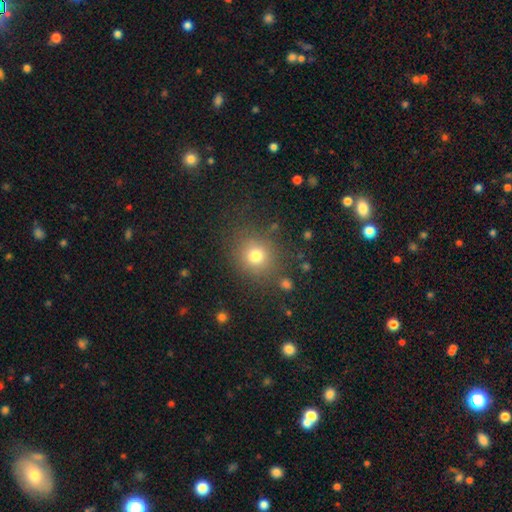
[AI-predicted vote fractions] This appears to be a smooth galaxy with no disk features (76%) that is round (86%). Merging: none (81%).